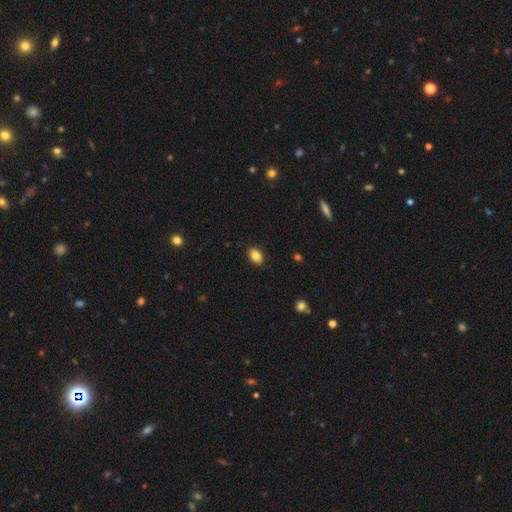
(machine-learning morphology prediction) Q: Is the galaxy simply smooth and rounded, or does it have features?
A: smooth — 85%.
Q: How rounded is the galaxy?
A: in between — 81%.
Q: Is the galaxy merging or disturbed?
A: none — 89%.